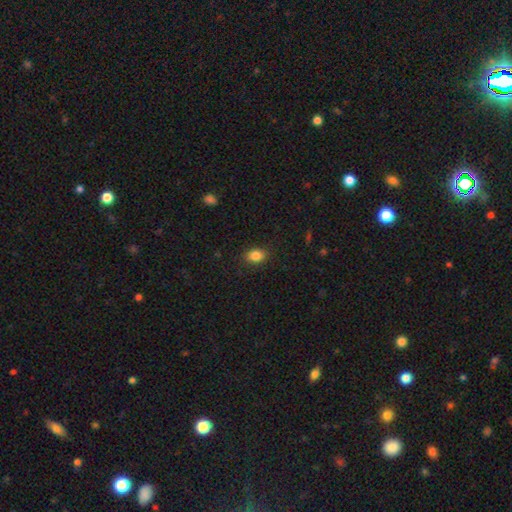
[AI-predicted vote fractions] Smooth or featured? smooth (85%)
How rounded? in between (73%)
Merging? none (87%)